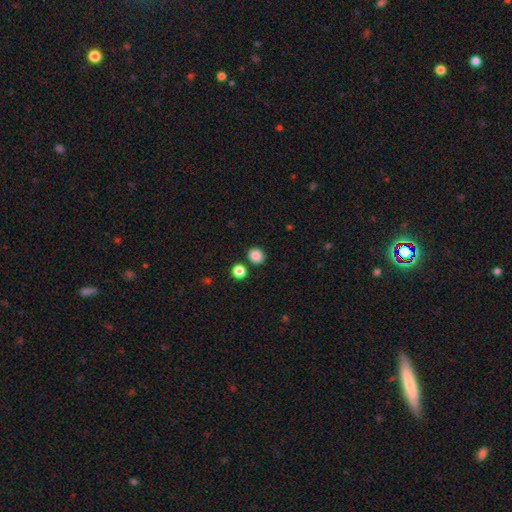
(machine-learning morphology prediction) smooth_or_featured: smooth (p=0.86) [alt: star or artifact p=0.10]
how_rounded: round (p=0.82) [alt: in between p=0.17]
merging: none (p=0.86) [alt: minor disturbance p=0.07]